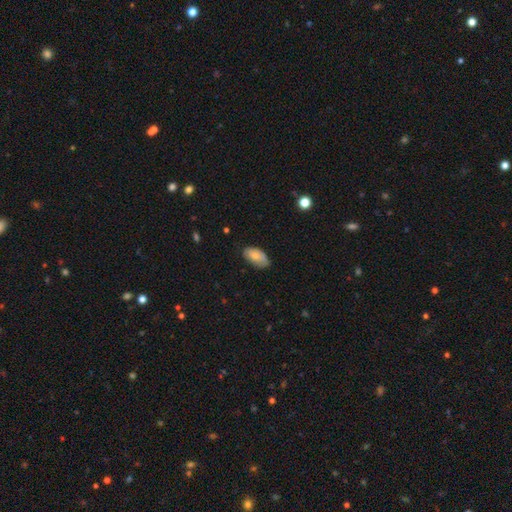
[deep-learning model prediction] Overall: smooth (71%). How rounded: in between (94%). Merging: none (64%; minor disturbance 29%).